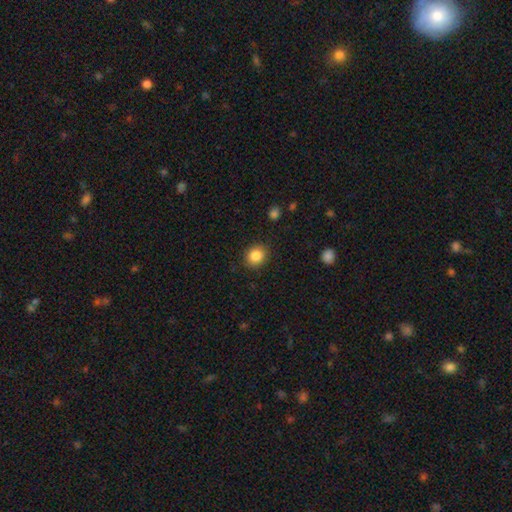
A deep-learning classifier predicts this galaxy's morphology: Smooth or featured?
  - smooth: 85% *
  - star or artifact: 10%
  - featured or disk: 5%
How rounded?
  - round: 77% *
  - in between: 22%
  - cigar-shaped: 1%
Merging?
  - none: 89% *
  - minor disturbance: 8%
  - major disturbance: 2%
  - merger: 1%